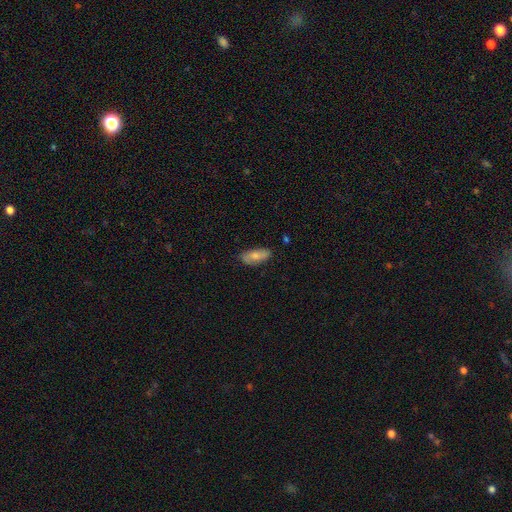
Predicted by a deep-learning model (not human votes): smooth-or-featured: smooth: 69% | featured or disk: 25% | star or artifact: 6%
  how-rounded: in between: 84% | cigar-shaped: 13% | round: 3%
  merging: none: 79% | minor disturbance: 16% | major disturbance: 3% | merger: 1%